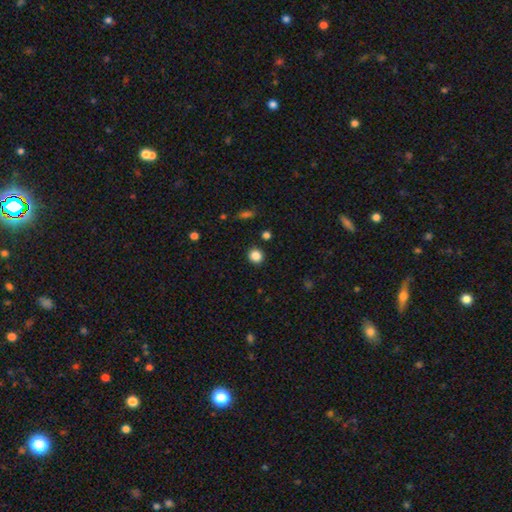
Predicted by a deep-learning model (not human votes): Morphology: type=smooth (85%); roundness=round (88%); merging=none (90%).